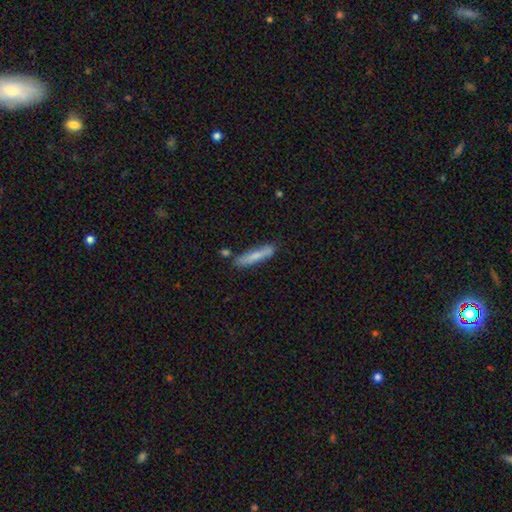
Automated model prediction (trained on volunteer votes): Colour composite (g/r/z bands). It shows a smooth galaxy with no disk features (71%) that is cigar-shaped (88%). Merging: none (75%).